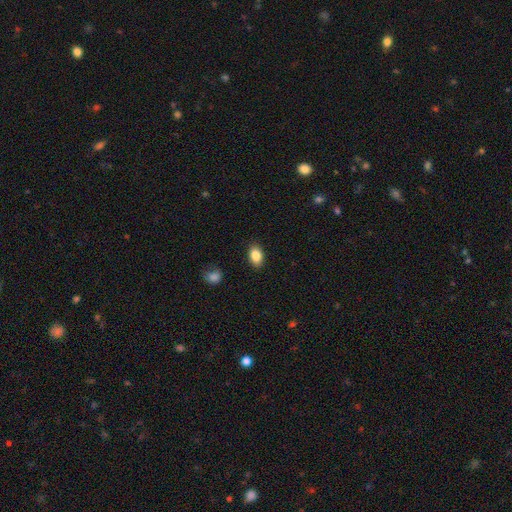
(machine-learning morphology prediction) Q: Smooth or featured?
A: smooth (86%); runner-up: star or artifact (8%)
Q: How rounded?
A: in between (87%); runner-up: round (11%)
Q: Merging?
A: none (89%); runner-up: minor disturbance (8%)